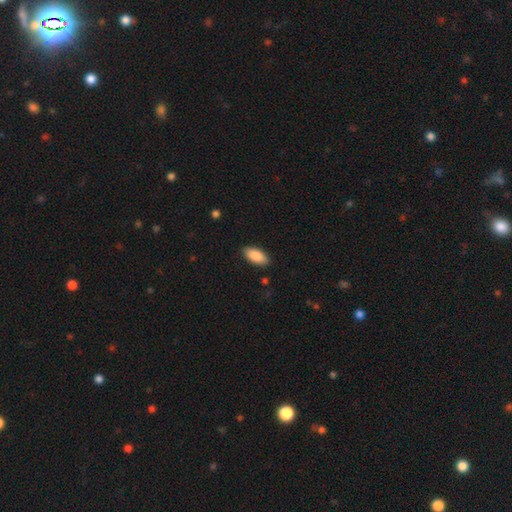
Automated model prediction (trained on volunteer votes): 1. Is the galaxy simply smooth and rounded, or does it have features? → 89% smooth, 6% star or artifact, 6% featured or disk.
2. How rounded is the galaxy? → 91% in between, 8% cigar-shaped, 2% round.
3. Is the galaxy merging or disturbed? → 88% none, 9% minor disturbance, 2% major disturbance, 1% merger.